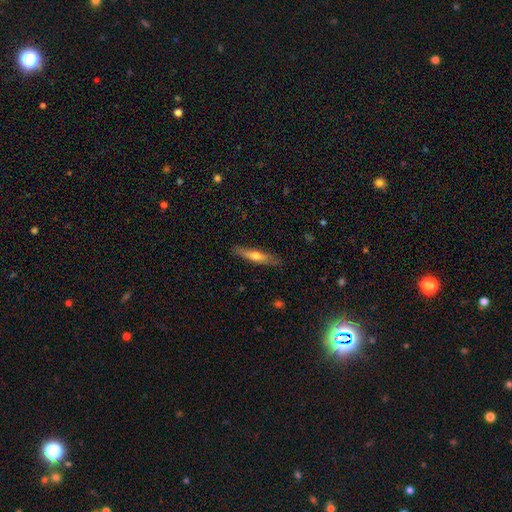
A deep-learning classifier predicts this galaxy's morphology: smooth-or-featured: smooth: 52% | featured or disk: 42% | star or artifact: 6%
  how-rounded: cigar-shaped: 84% | in between: 14% | round: 2%
  merging: none: 86% | minor disturbance: 11% | major disturbance: 2% | merger: 1%